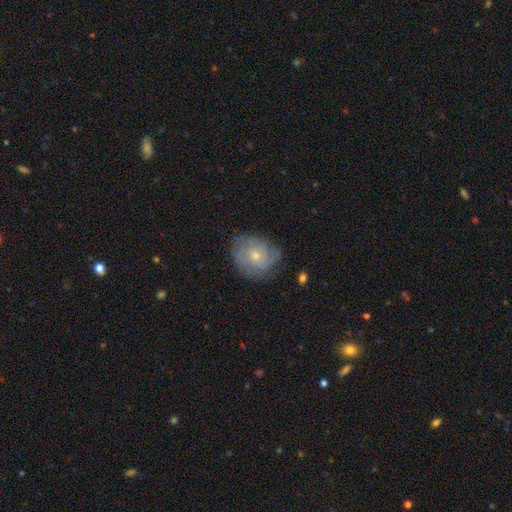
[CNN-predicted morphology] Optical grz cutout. It shows a featured or disk galaxy (63%) with no bar (80%), tight (64%) spiral arms (84%) and a small central bulge (57%). Merging: none (74%).